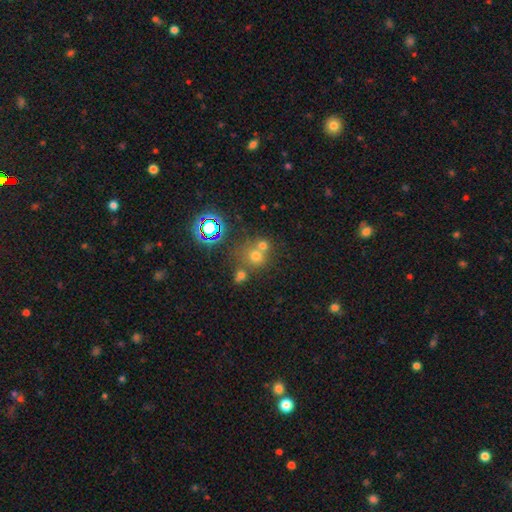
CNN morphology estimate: Overall: smooth (58%; star or artifact 30%). How rounded: round (86%). Merging: none (52%; merger 36%).